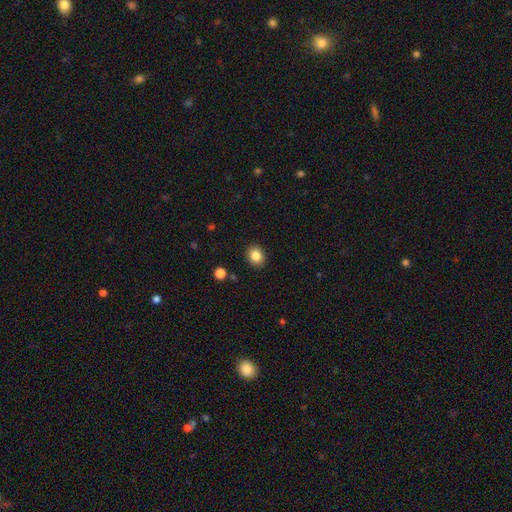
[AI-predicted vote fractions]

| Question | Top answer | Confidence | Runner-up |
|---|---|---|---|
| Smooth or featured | smooth | 85% | star or artifact (9%) |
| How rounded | round | 53% | in between (46%) |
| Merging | none | 90% | minor disturbance (7%) |